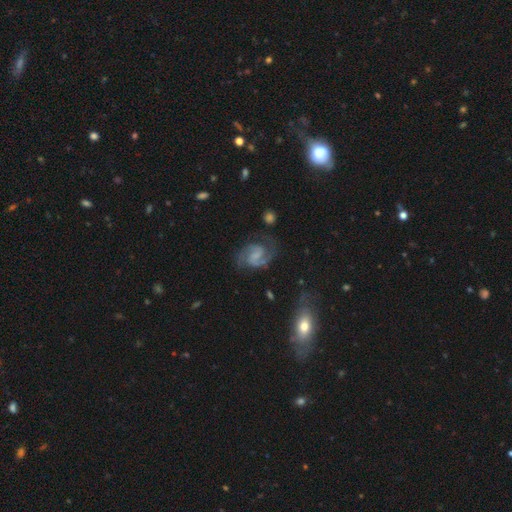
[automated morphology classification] Smooth or featured? Predicted: featured or disk (p=0.84). Edge-on disk? Predicted: no (p=0.98). Bar? Predicted: weak (p=0.54). Spiral arms? Predicted: yes (p=0.96). Spiral winding? Predicted: medium (p=0.57). Spiral arm count? Predicted: 2 (p=0.89). Bulge size? Predicted: none (p=0.46). Merging? Predicted: none (p=0.69).